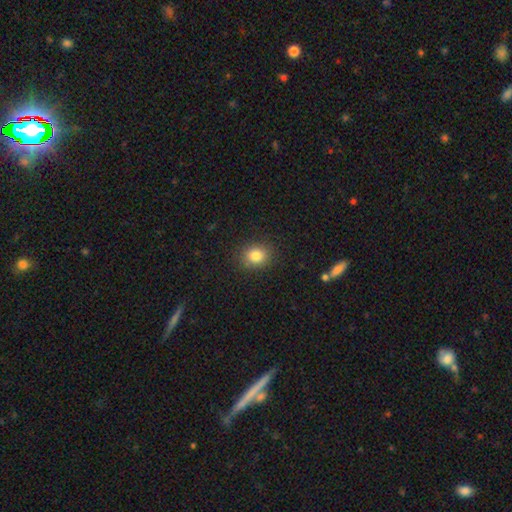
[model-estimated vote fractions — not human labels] Q: Smooth or featured?
A: smooth (83%); runner-up: star or artifact (11%)
Q: How rounded?
A: round (60%); runner-up: in between (40%)
Q: Merging?
A: none (87%); runner-up: minor disturbance (9%)